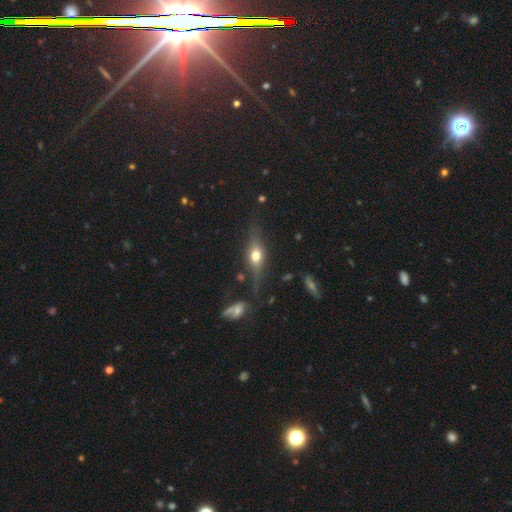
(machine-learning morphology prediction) Overall: featured or disk (55%; smooth 34%). Edge-on disk: yes (87%). Merging: none (77%).